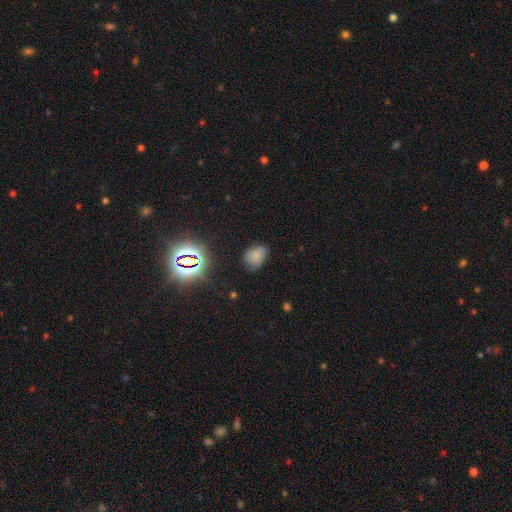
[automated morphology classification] The model was most divided on "how rounded": in between: 70%, round: 29%, cigar-shaped: 1%. More confident: smooth or featured — smooth (71%); merging — none (68%).